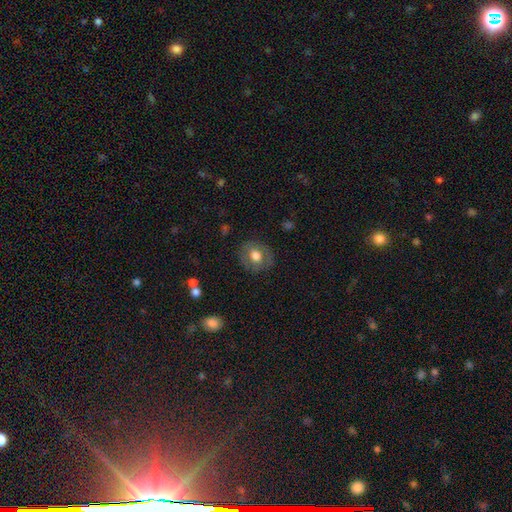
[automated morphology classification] smooth-or-featured: smooth: 65% | featured or disk: 26% | star or artifact: 8%
  how-rounded: round: 72% | in between: 27% | cigar-shaped: 1%
  merging: none: 82% | minor disturbance: 12% | major disturbance: 4% | merger: 1%